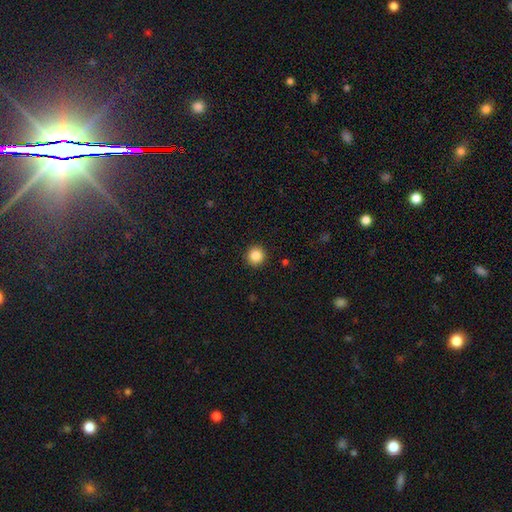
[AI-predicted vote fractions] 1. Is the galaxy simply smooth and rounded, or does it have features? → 85% smooth, 10% star or artifact, 5% featured or disk.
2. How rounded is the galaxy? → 95% round, 4% in between, 1% cigar-shaped.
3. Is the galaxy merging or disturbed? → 93% none, 5% minor disturbance, 2% major disturbance, 1% merger.